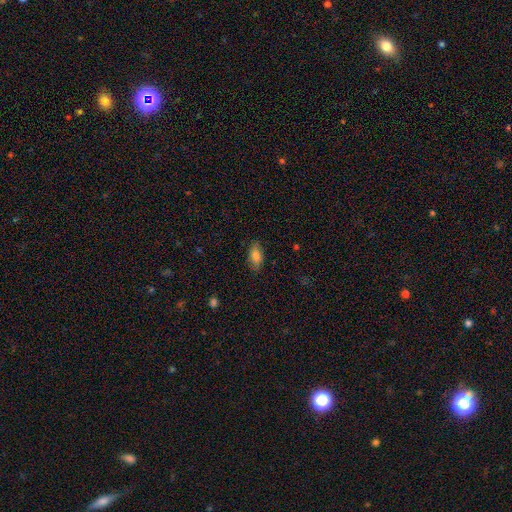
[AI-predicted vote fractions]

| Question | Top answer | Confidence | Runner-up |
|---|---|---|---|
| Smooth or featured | smooth | 78% | featured or disk (14%) |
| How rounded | in between | 89% | cigar-shaped (7%) |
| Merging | none | 85% | minor disturbance (11%) |